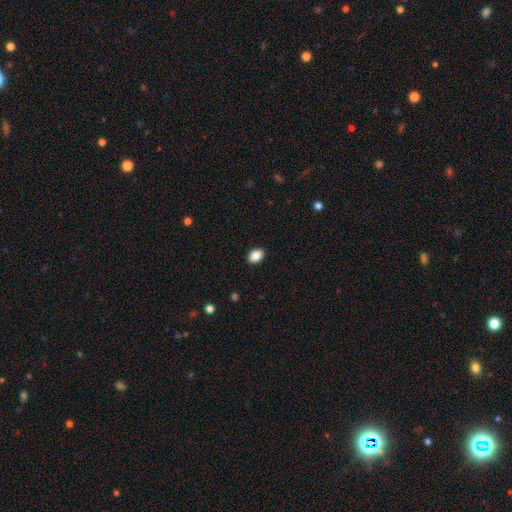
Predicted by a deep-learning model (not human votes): Smooth or featured? smooth (87%)
How rounded? in between (76%)
Merging? none (91%)